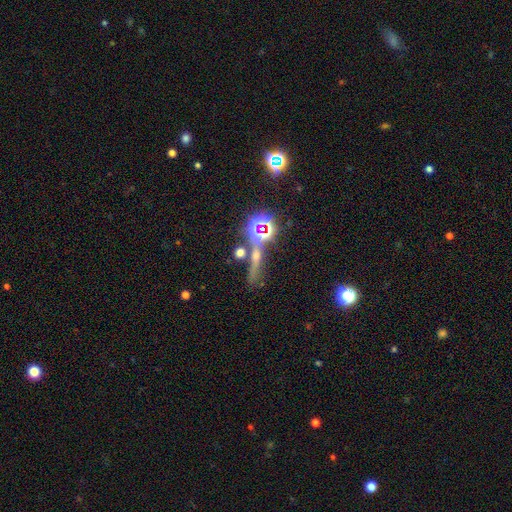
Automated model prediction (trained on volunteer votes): The model was most divided on "smooth or featured": star or artifact: 41%, featured or disk: 31%, smooth: 28%.